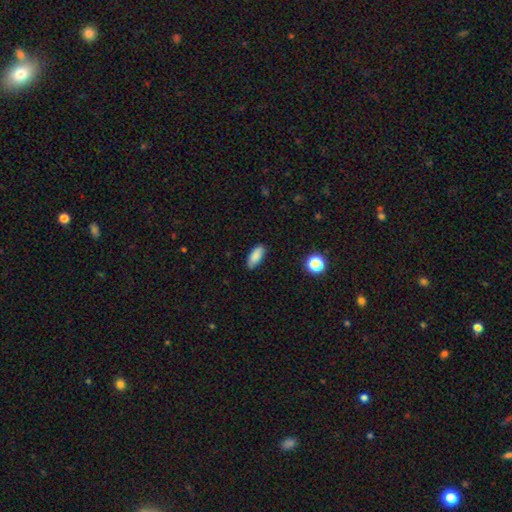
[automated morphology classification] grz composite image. It shows a smooth galaxy with no disk features (86%) that is in between round and cigar-shaped (84%). Merging: none (83%).